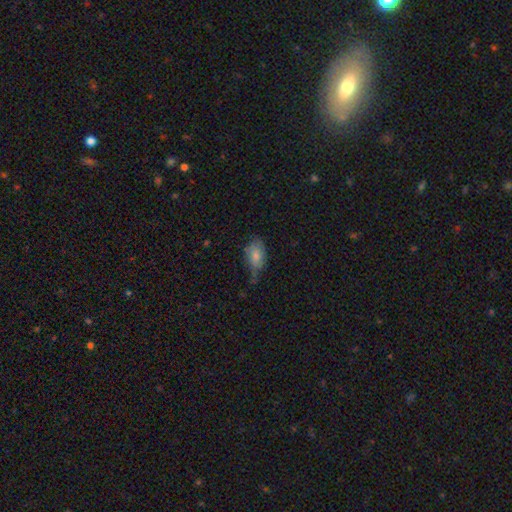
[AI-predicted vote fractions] smooth_or_featured: smooth (p=0.77) [alt: featured or disk p=0.15]
how_rounded: in between (p=0.89) [alt: round p=0.08]
merging: none (p=0.46) [alt: minor disturbance p=0.38]